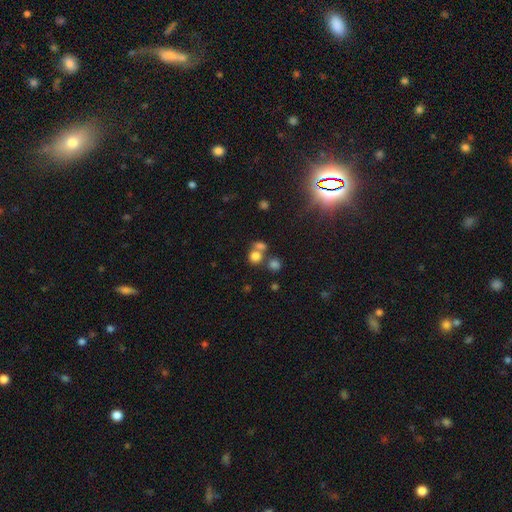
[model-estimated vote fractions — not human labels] Morphology: type=smooth (75%); roundness=round (80%); merging=none (48%).